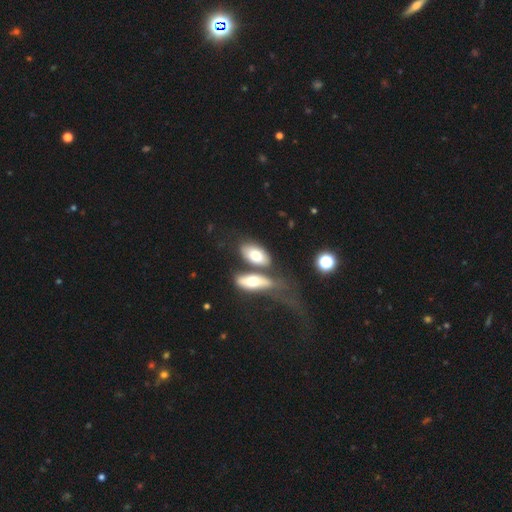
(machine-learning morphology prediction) The model was most divided on "merging": none: 41%, merger: 39%, minor disturbance: 12%, major disturbance: 8%. More confident: how rounded — in between (89%); smooth or featured — smooth (70%).